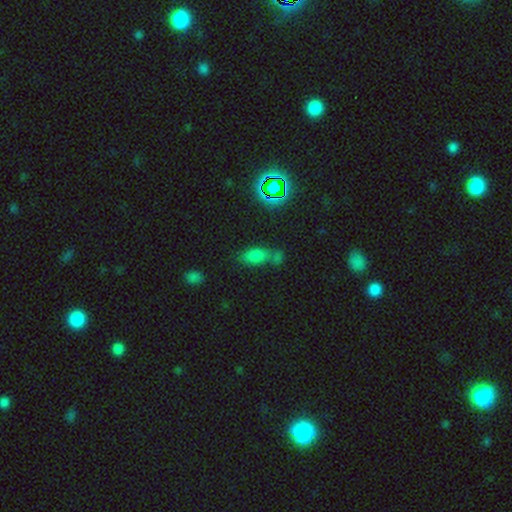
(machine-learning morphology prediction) smooth-or-featured: smooth: 65% | star or artifact: 26% | featured or disk: 9%
  how-rounded: in between: 80% | cigar-shaped: 12% | round: 8%
  merging: none: 48% | merger: 28% | minor disturbance: 16% | major disturbance: 8%